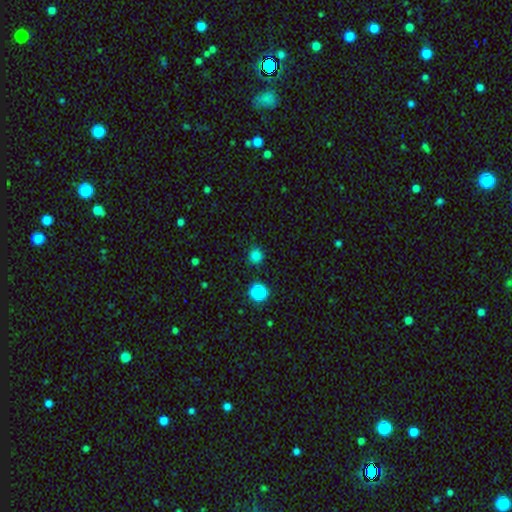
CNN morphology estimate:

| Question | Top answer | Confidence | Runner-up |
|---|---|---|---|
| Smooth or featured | smooth | 78% | star or artifact (18%) |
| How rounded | round | 92% | in between (7%) |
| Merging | none | 87% | minor disturbance (8%) |